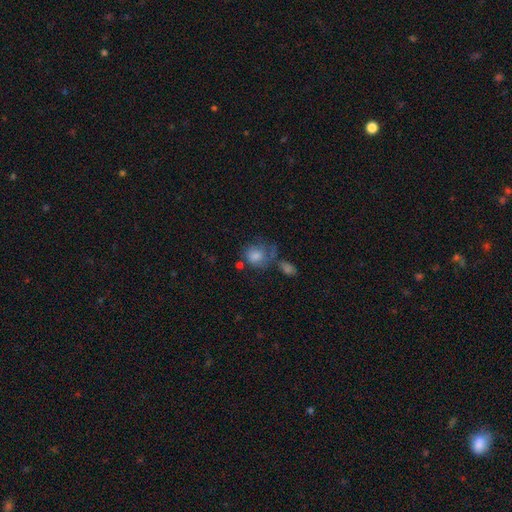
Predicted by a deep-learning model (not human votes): Smooth or featured? smooth (66%)
How rounded? round (71%)
Merging? none (43%)